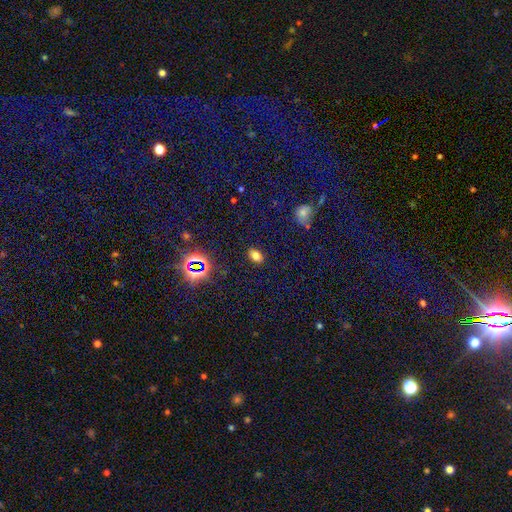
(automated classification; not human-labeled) This is likely a smooth galaxy (73%). How rounded: clearly in between (84%). Merging: clearly none (88%).